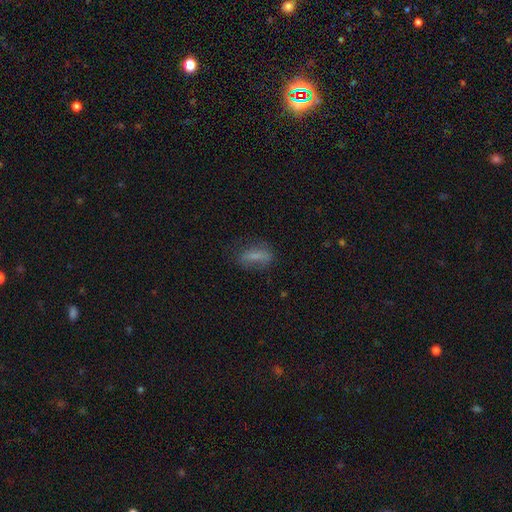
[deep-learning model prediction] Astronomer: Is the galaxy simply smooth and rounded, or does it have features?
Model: smooth — 68%.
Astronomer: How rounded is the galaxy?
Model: in between — 65%.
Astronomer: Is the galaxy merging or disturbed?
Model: none — 65%.